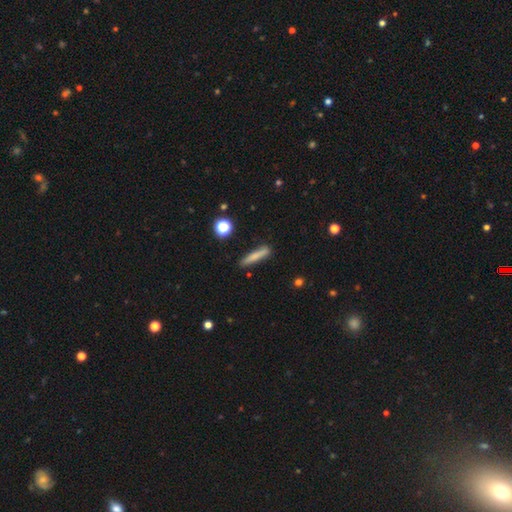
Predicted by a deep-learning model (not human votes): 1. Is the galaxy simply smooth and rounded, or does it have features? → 74% smooth, 17% featured or disk, 9% star or artifact.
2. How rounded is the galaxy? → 90% cigar-shaped, 7% in between, 2% round.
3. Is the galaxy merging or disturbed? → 84% none, 11% minor disturbance, 3% major disturbance, 2% merger.